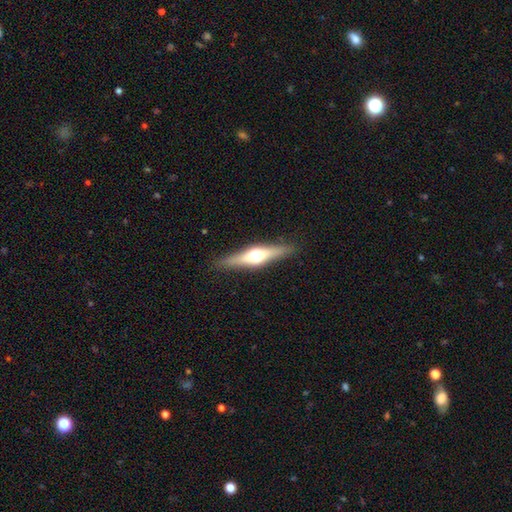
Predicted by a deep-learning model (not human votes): featured or disk 67%, smooth 27%, star or artifact 6%. Down the decision tree: edge-on disk — yes (96%); edge-on bulge — rounded (95%); merging — none (89%).